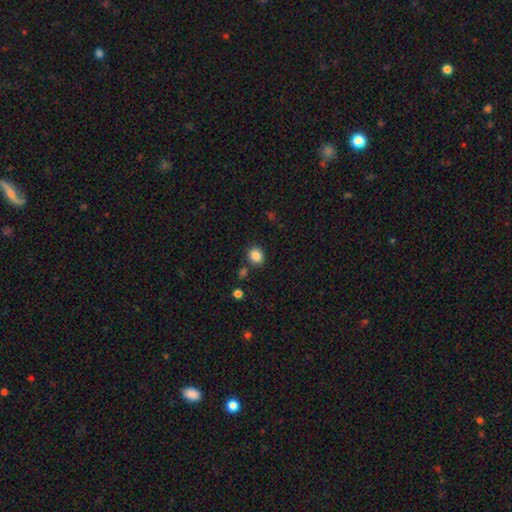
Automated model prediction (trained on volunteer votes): A smooth galaxy with no disk features (85%) that is round (64%).

Vote fractions:
- Smooth or featured? smooth: 85% / star or artifact: 10% / featured or disk: 5%
- How rounded? round: 64% / in between: 35% / cigar-shaped: 1%
- Merging? none: 83% / minor disturbance: 9% / merger: 5% / major disturbance: 3%